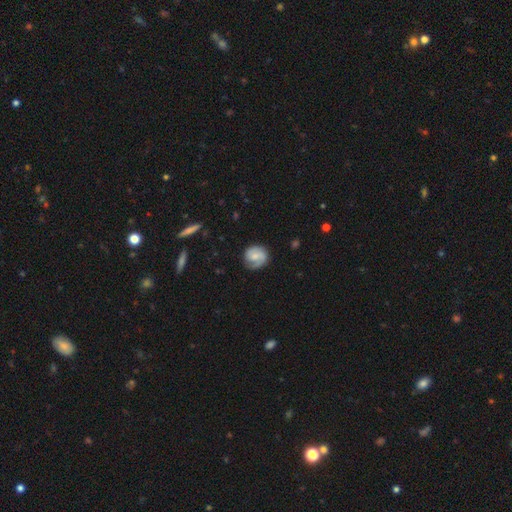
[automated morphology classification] This is possibly a featured or disk galaxy (57%). It is clearly not viewed edge-on (98%). Bar: possibly no (49%). Spiral arm pattern: clearly yes (90%). Central bulge: marginally small (44%). Merging: likely none (74%).